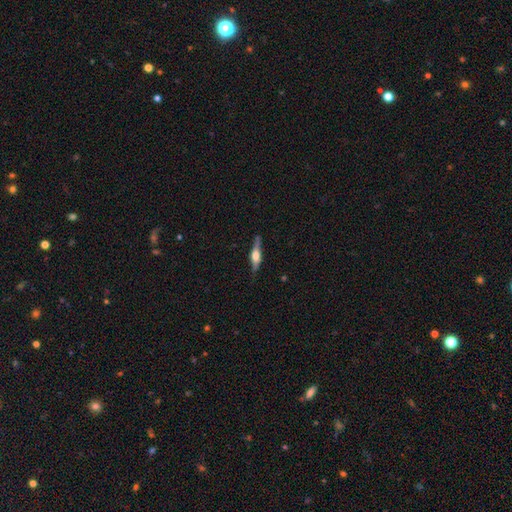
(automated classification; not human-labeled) This appears to be a featured or disk galaxy (72%) viewed edge-on (97%) with a rounded central bulge (90%). Merging: none (84%).